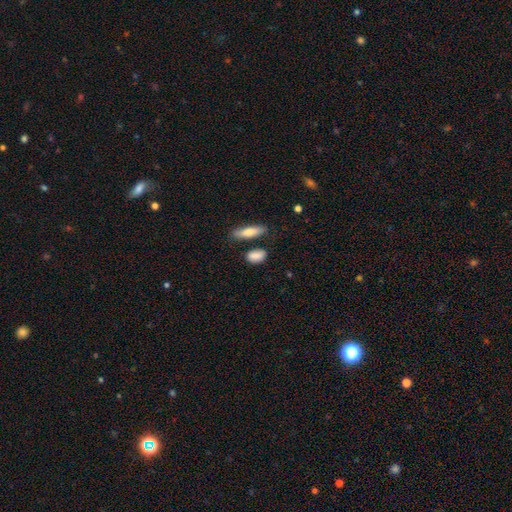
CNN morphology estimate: smooth 83%, featured or disk 9%, star or artifact 7%. Down the decision tree: how rounded — in between (77%); merging — none (71%).